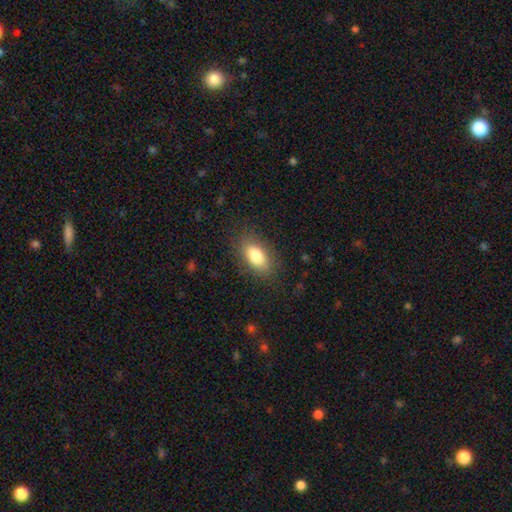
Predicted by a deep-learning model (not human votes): smooth 82%, featured or disk 11%, star or artifact 7%. Down the decision tree: how rounded — in between (90%); merging — none (83%).